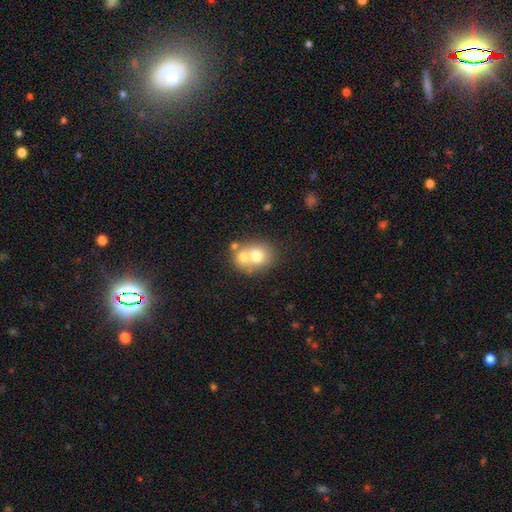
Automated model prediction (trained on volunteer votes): smooth-or-featured: smooth: 69% | featured or disk: 21% | star or artifact: 10%
  how-rounded: round: 68% | in between: 31% | cigar-shaped: 1%
  merging: merger: 55% | none: 34% | minor disturbance: 7% | major disturbance: 3%